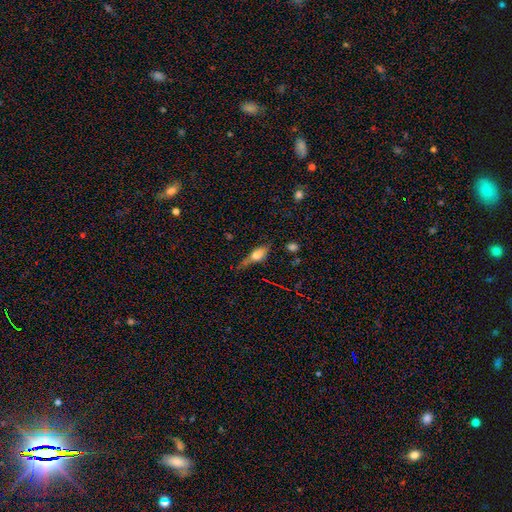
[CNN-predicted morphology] This appears to be a smooth galaxy with no disk features (56%) that is in between round and cigar-shaped (61%). Merging: none (50%).